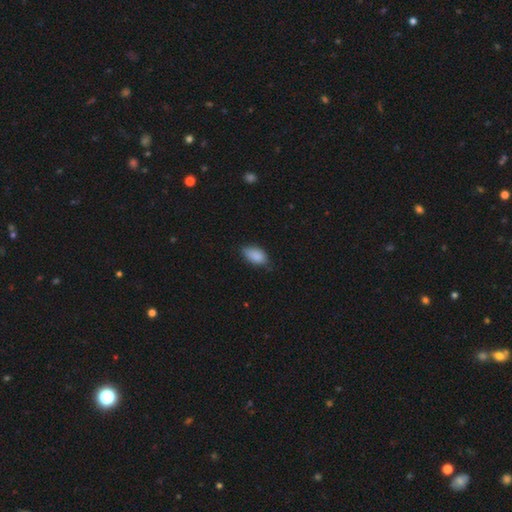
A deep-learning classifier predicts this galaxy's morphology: A smooth galaxy with no disk features (86%) that is in between round and cigar-shaped (91%). Merging: none (63%).